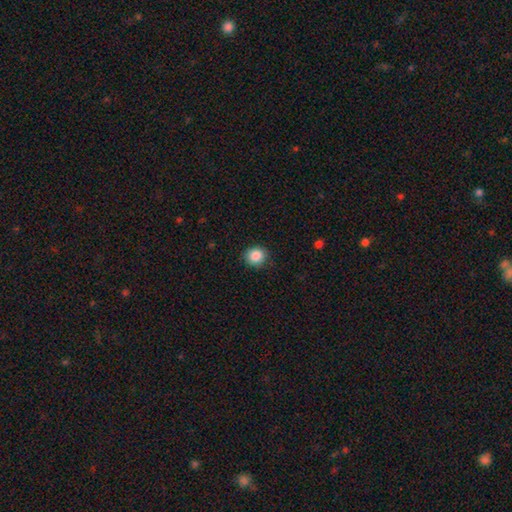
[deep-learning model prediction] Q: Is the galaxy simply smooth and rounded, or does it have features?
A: smooth — 87%.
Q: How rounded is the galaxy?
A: round — 85%.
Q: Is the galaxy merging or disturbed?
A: none — 88%.